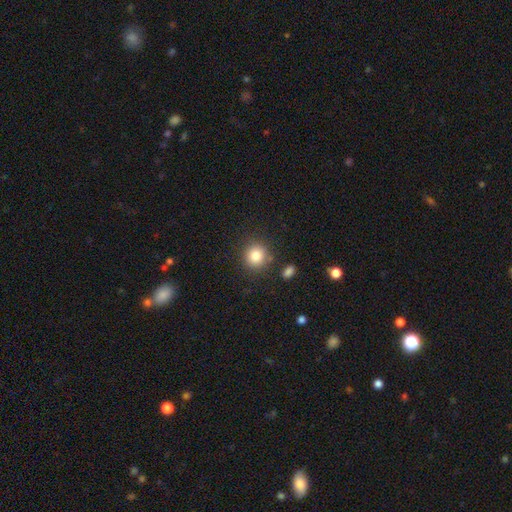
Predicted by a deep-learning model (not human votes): smooth 83%, star or artifact 10%, featured or disk 6%. Down the decision tree: how rounded — round (89%); merging — none (83%).